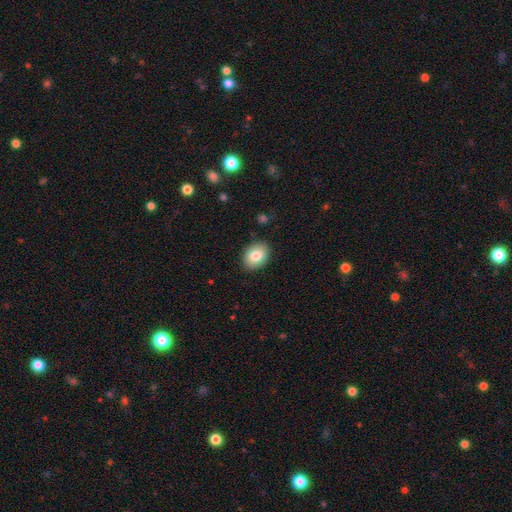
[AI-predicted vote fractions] Q: Smooth or featured?
A: smooth (82%); runner-up: featured or disk (11%)
Q: How rounded?
A: in between (67%); runner-up: round (32%)
Q: Merging?
A: none (88%); runner-up: minor disturbance (9%)